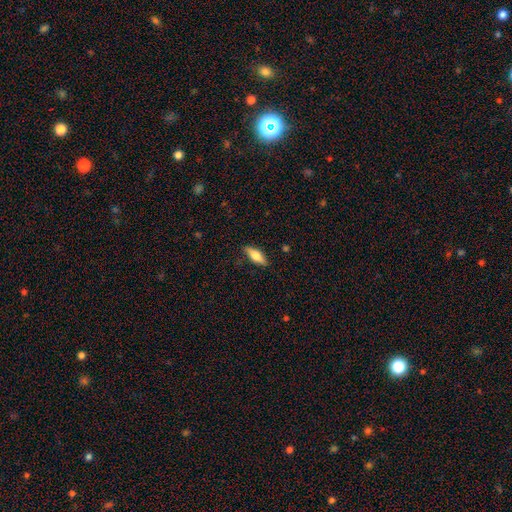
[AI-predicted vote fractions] smooth_or_featured: smooth (p=0.66) [alt: featured or disk p=0.28]
how_rounded: in between (p=0.61) [alt: cigar-shaped p=0.36]
merging: none (p=0.84) [alt: minor disturbance p=0.13]